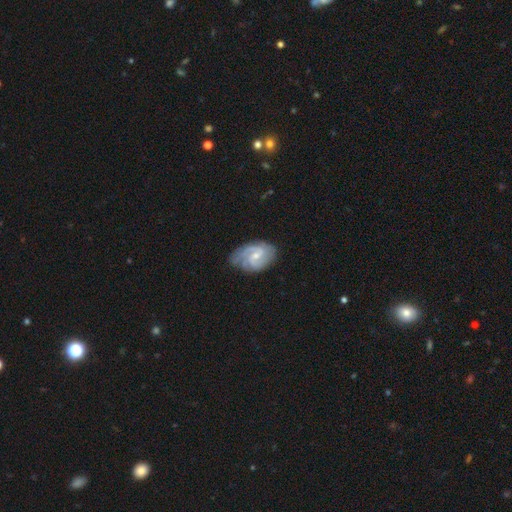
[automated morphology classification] This appears to be a featured or disk galaxy (88%) with a weak bar (55%), 2 (59%) tight (47%) spiral arms (97%) and a small central bulge (58%). Merging: none (70%).